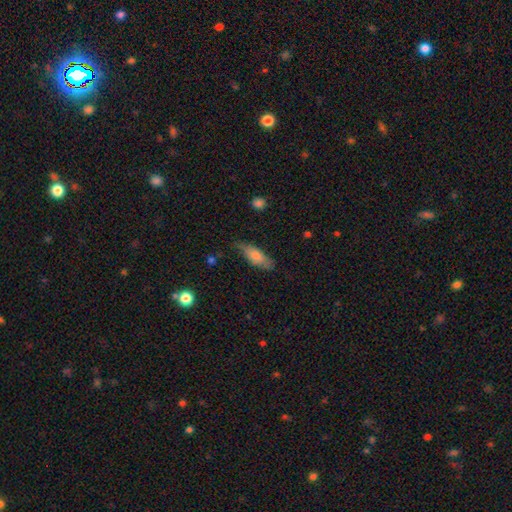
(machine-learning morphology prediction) The model was most divided on "how rounded": in between: 63%, cigar-shaped: 35%, round: 2%. More confident: merging — none (70%); smooth or featured — smooth (69%).